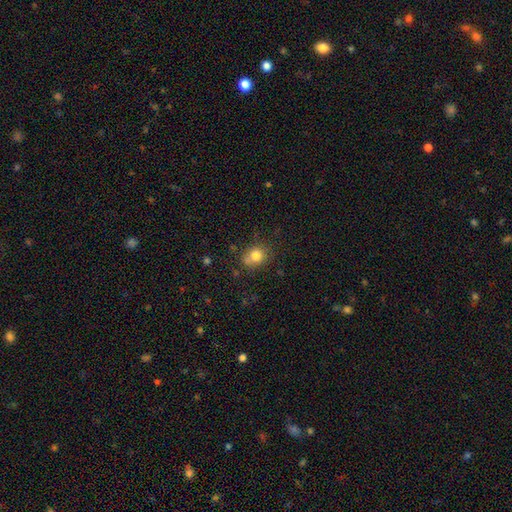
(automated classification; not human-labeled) Smooth or featured? Predicted: smooth (p=0.80). How rounded? Predicted: round (p=0.70). Merging? Predicted: none (p=0.60).